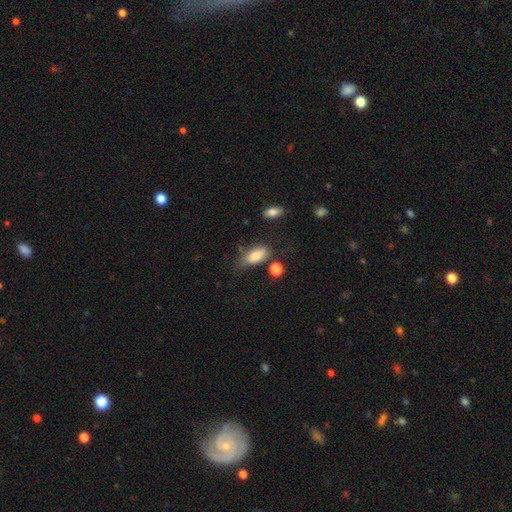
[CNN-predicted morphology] A smooth galaxy with no disk features (80%) that is in between round and cigar-shaped (88%).

Vote fractions:
- Smooth or featured? smooth: 80% / featured or disk: 11% / star or artifact: 8%
- How rounded? in between: 88% / cigar-shaped: 8% / round: 4%
- Merging? none: 50% / minor disturbance: 31% / major disturbance: 12% / merger: 7%